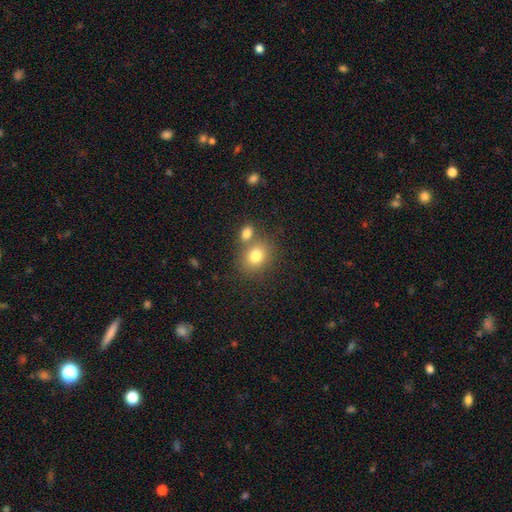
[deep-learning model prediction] Smooth or featured? Predicted: smooth (p=0.79). How rounded? Predicted: round (p=0.59). Merging? Predicted: none (p=0.56).